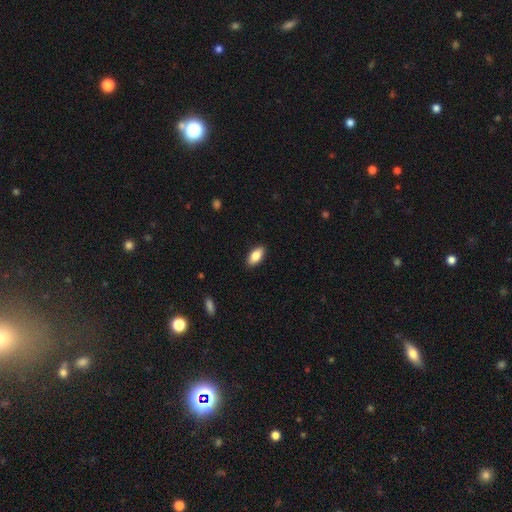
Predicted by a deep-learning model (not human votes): smooth 85%, featured or disk 8%, star or artifact 7%. Down the decision tree: how rounded — in between (90%); merging — none (89%).